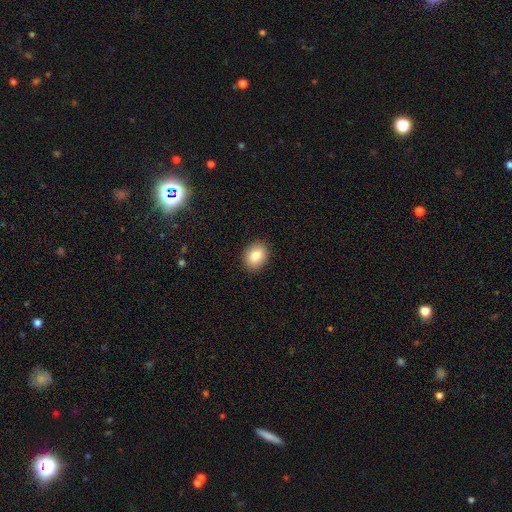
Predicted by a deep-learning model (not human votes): Overall: smooth (83%). How rounded: in between (59%; round 40%). Merging: none (90%).